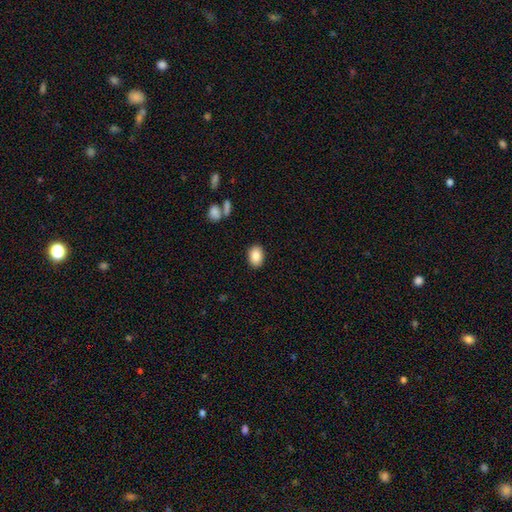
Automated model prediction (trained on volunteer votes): Overall: smooth (86%). How rounded: in between (79%). Merging: none (88%).